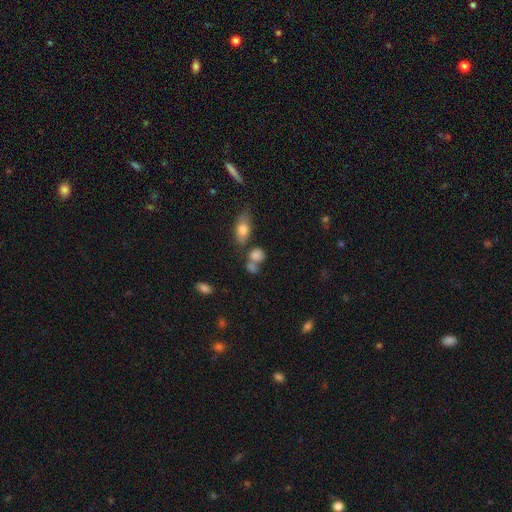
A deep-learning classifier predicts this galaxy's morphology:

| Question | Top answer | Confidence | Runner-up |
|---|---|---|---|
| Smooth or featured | smooth | 79% | star or artifact (11%) |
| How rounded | round | 52% | in between (45%) |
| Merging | none | 43% | merger (37%) |